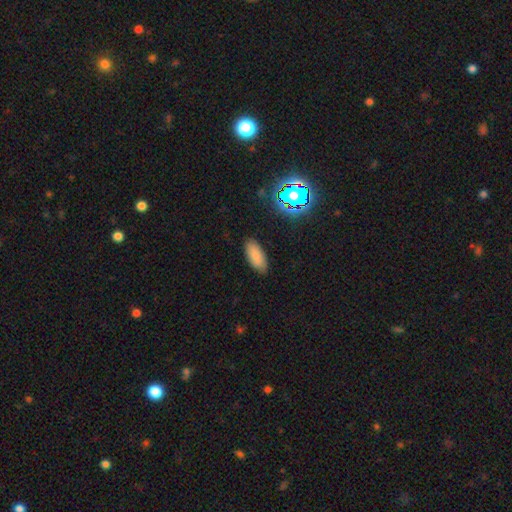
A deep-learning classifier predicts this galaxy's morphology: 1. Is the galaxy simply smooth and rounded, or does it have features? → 81% smooth, 10% star or artifact, 9% featured or disk.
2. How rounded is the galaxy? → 86% in between, 12% cigar-shaped, 2% round.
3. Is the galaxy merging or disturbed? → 85% none, 11% minor disturbance, 2% major disturbance, 1% merger.